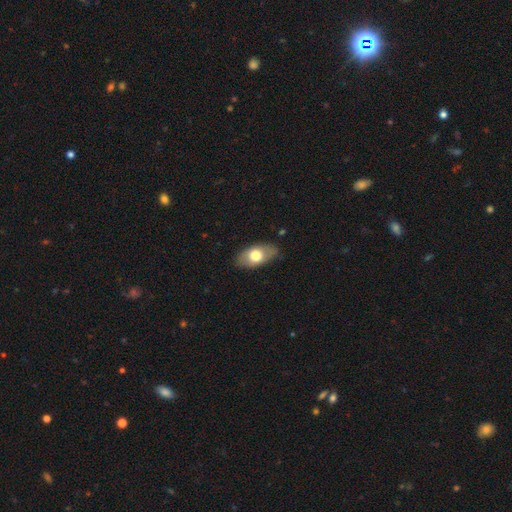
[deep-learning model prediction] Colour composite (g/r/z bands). It shows a smooth galaxy with no disk features (65%) that is in between round and cigar-shaped (90%). Merging: none (82%).